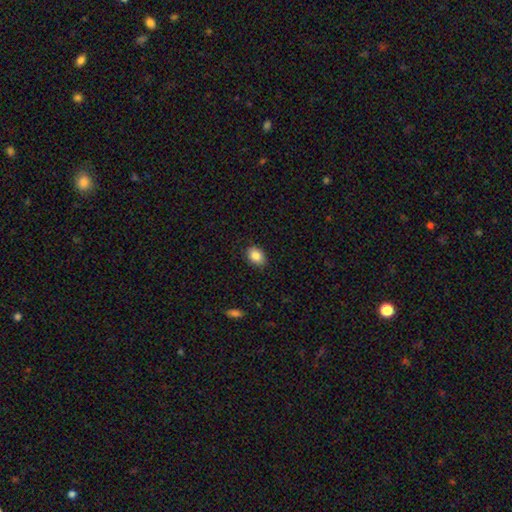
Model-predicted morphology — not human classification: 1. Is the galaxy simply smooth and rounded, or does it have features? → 85% smooth, 8% star or artifact, 6% featured or disk.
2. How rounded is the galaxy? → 69% in between, 30% round, 1% cigar-shaped.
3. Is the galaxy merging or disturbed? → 88% none, 9% minor disturbance, 2% major disturbance, 1% merger.